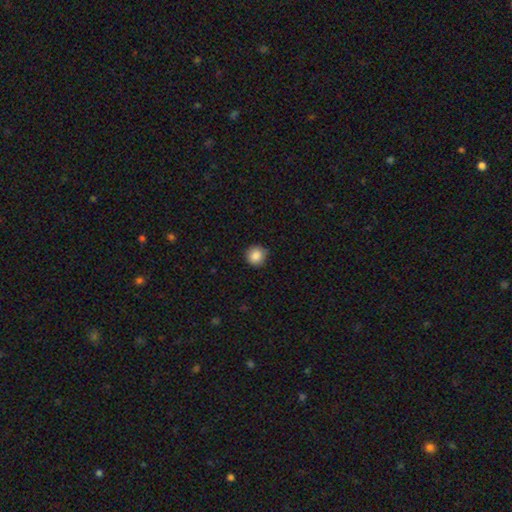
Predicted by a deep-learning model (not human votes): Smooth or featured? smooth (86%)
How rounded? round (93%)
Merging? none (84%)